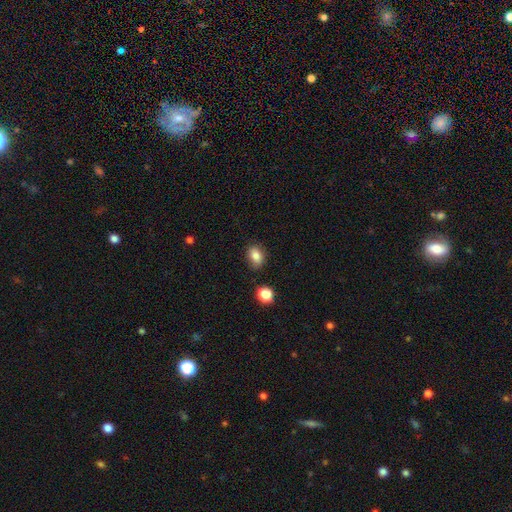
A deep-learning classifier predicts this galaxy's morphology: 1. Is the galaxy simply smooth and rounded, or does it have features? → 83% smooth, 10% star or artifact, 7% featured or disk.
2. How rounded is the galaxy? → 71% in between, 27% round, 1% cigar-shaped.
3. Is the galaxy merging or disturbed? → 81% none, 14% minor disturbance, 3% major disturbance, 3% merger.